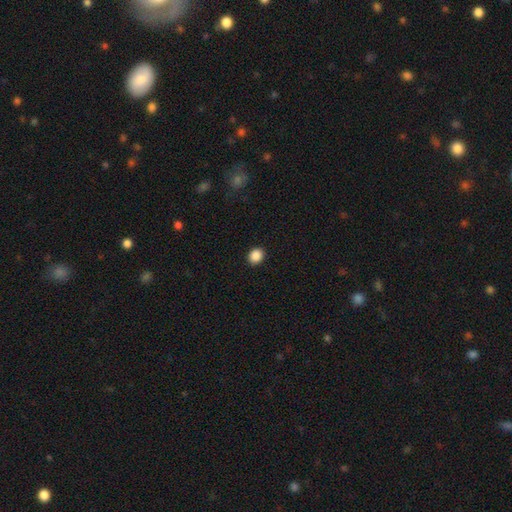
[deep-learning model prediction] Smooth or featured: smooth — 88% (star or artifact — 9%)
How rounded: round — 60% (in between — 39%)
Merging: none — 91% (minor disturbance — 6%)